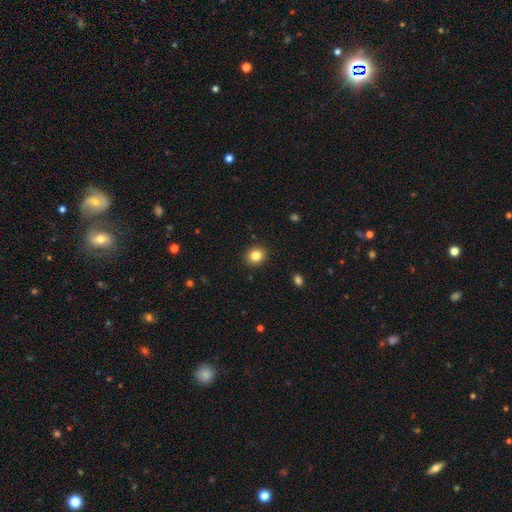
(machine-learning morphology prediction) This is clearly a smooth galaxy (83%). How rounded: likely round (75%). Merging: clearly none (91%).